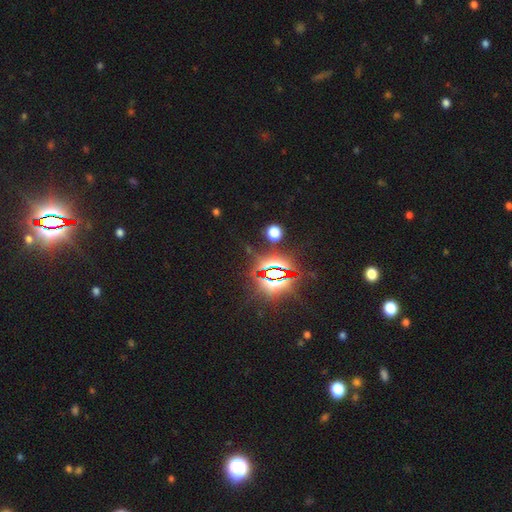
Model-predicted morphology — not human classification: This is clearly a star or artifact rather than a galaxy (86%).